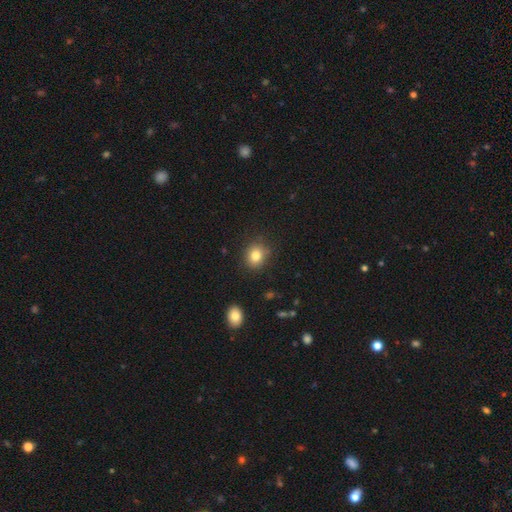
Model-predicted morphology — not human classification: smooth_or_featured: smooth (p=0.82) [alt: star or artifact p=0.11]
how_rounded: round (p=0.66) [alt: in between p=0.33]
merging: none (p=0.83) [alt: minor disturbance p=0.12]